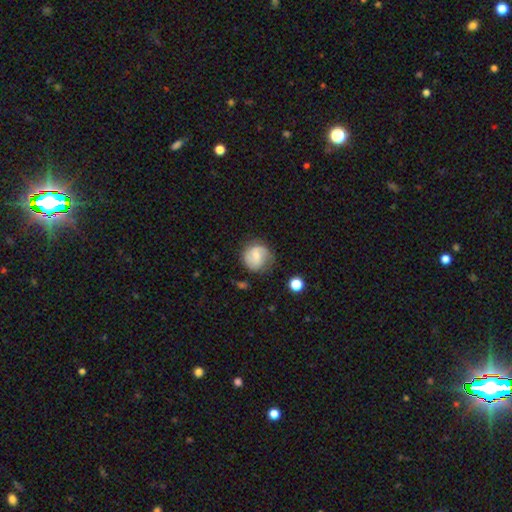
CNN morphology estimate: This is possibly a featured or disk galaxy (47%). Merging: likely none (65%).